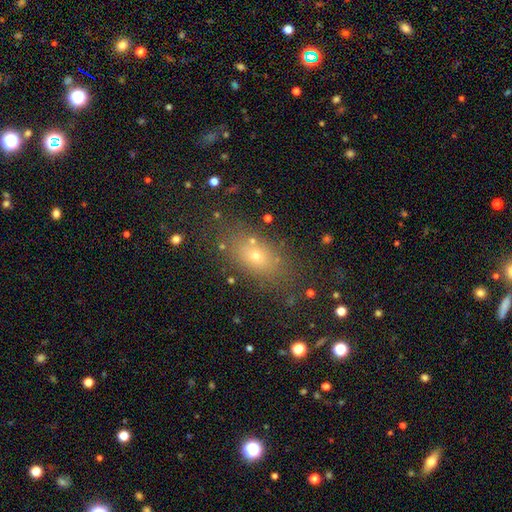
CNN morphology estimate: type=smooth (65%); roundness=in between (74%); merging=none (79%).